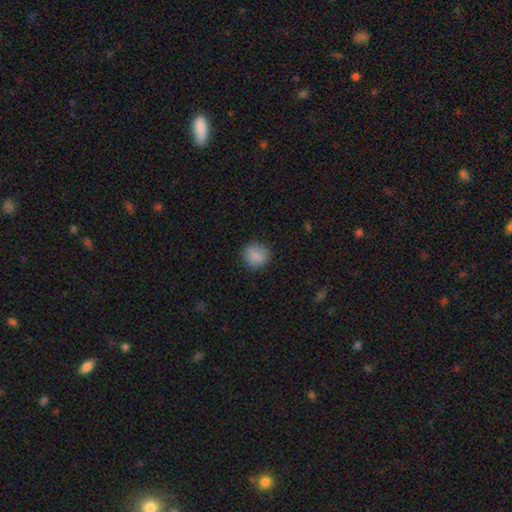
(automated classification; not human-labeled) Q: Smooth or featured?
A: smooth (87%); runner-up: star or artifact (8%)
Q: How rounded?
A: round (87%); runner-up: in between (12%)
Q: Merging?
A: none (87%); runner-up: minor disturbance (10%)